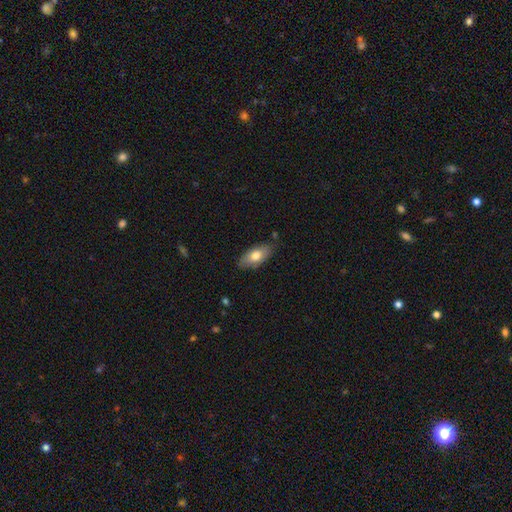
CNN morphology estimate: A smooth galaxy with no disk features (74%) that is in between round and cigar-shaped (88%). Merging: none (80%).